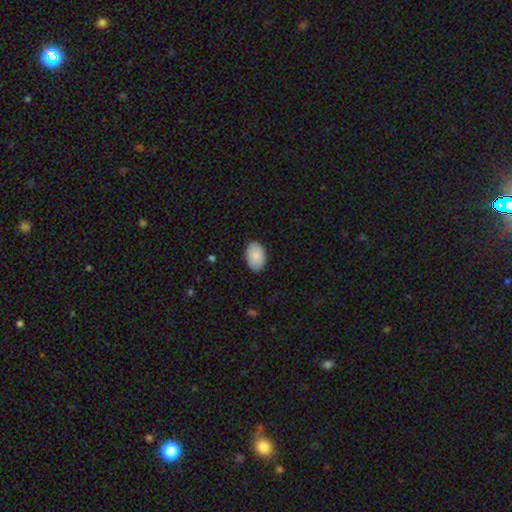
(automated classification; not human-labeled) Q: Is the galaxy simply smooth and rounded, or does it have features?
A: smooth — 89%.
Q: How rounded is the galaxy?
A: in between — 90%.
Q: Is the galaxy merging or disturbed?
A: none — 88%.